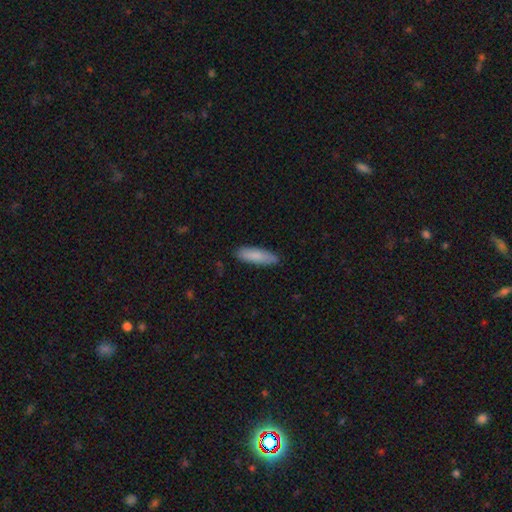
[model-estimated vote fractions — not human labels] Smooth or featured?
  - smooth: 85% *
  - featured or disk: 10%
  - star or artifact: 6%
How rounded?
  - cigar-shaped: 60% *
  - in between: 38%
  - round: 1%
Merging?
  - none: 86% *
  - minor disturbance: 11%
  - major disturbance: 2%
  - merger: 1%